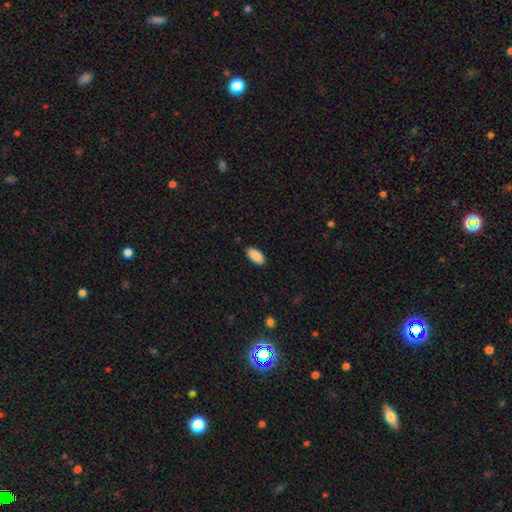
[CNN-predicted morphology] Smooth or featured?
  - smooth: 90% *
  - star or artifact: 7%
  - featured or disk: 3%
How rounded?
  - in between: 94% *
  - cigar-shaped: 4%
  - round: 2%
Merging?
  - none: 87% *
  - minor disturbance: 10%
  - major disturbance: 2%
  - merger: 1%